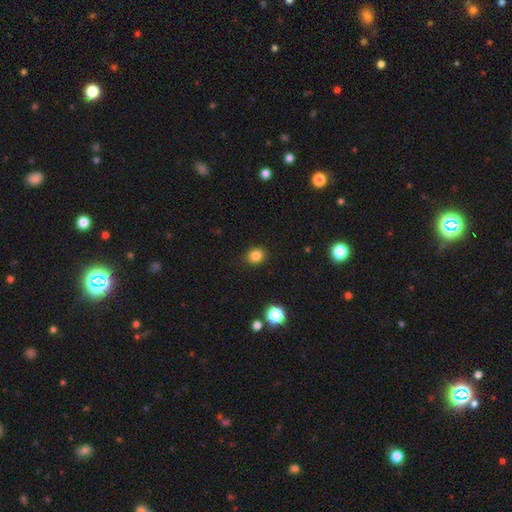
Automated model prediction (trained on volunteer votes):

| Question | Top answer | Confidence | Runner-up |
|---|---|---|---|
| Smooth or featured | smooth | 83% | star or artifact (12%) |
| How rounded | round | 63% | in between (36%) |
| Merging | none | 87% | minor disturbance (10%) |